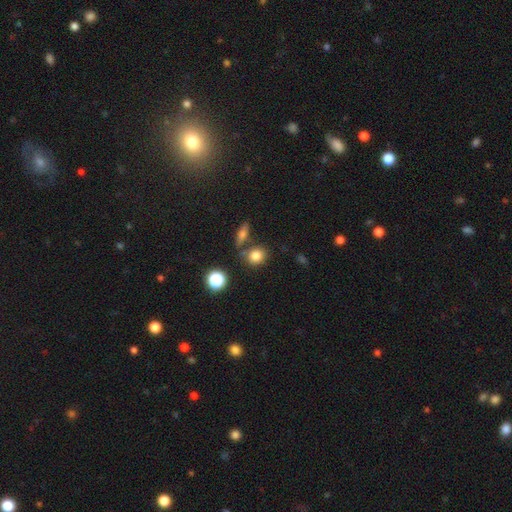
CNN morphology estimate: This appears to be a smooth galaxy with no disk features (79%) that is round (66%). Merging: none (69%).